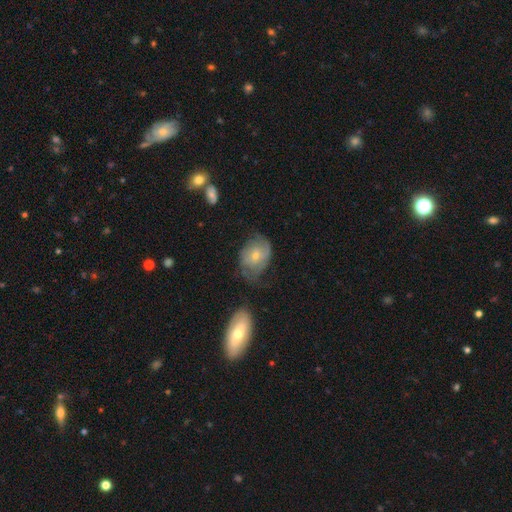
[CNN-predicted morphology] Smooth or featured?
  - featured or disk: 51% *
  - smooth: 41%
  - star or artifact: 8%
Edge-on disk?
  - no: 96% *
  - yes: 4%
Merging?
  - none: 42% *
  - minor disturbance: 32%
  - major disturbance: 22%
  - merger: 4%